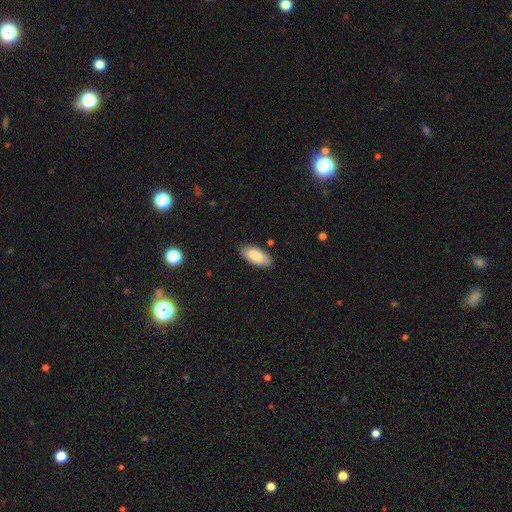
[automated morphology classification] Smooth or featured? smooth (83%)
How rounded? in between (90%)
Merging? none (84%)